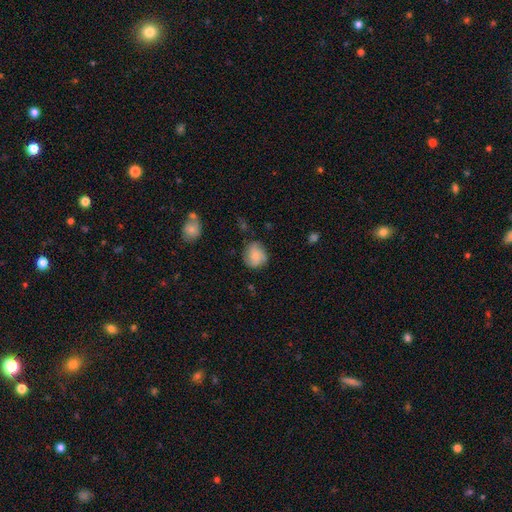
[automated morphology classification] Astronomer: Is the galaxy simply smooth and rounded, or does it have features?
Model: smooth — 64%.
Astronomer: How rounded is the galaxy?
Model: round — 76%.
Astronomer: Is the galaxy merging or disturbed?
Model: none — 69%.